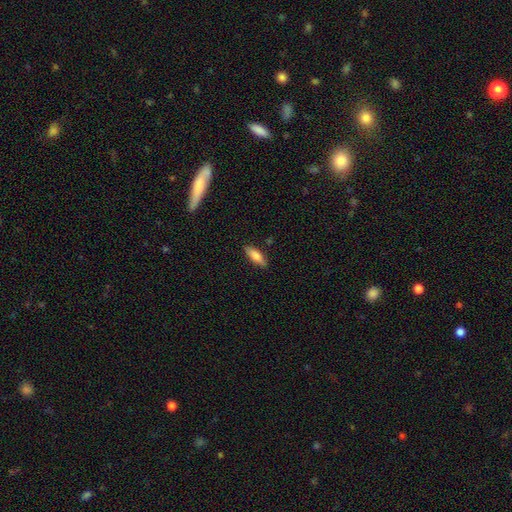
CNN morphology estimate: smooth_or_featured: smooth (p=0.80) [alt: featured or disk p=0.13]
how_rounded: in between (p=0.64) [alt: cigar-shaped p=0.34]
merging: none (p=0.84) [alt: minor disturbance p=0.12]